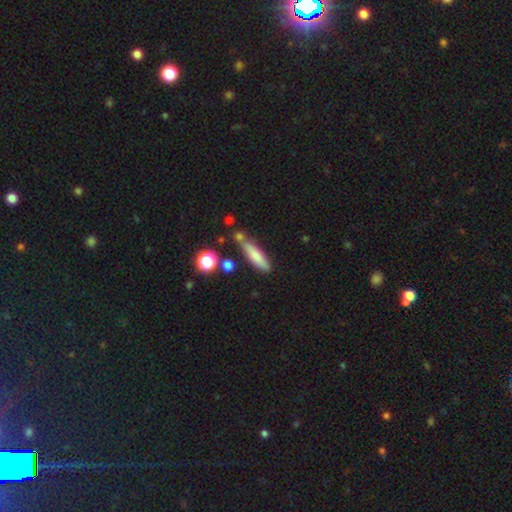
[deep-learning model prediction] Smooth or featured? smooth (73%)
How rounded? cigar-shaped (74%)
Merging? none (66%)